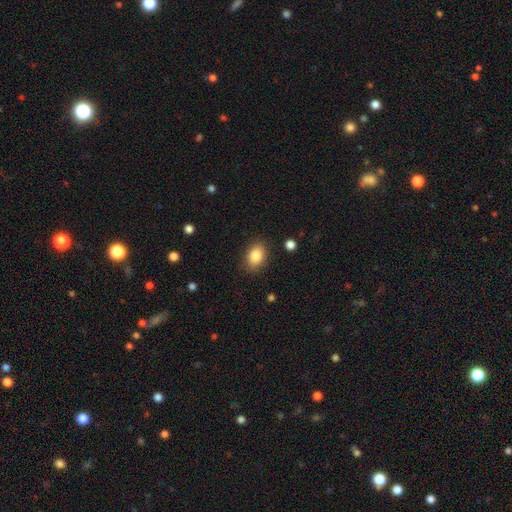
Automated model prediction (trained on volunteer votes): Q: Smooth or featured?
A: smooth (85%); runner-up: star or artifact (8%)
Q: How rounded?
A: in between (75%); runner-up: round (24%)
Q: Merging?
A: none (86%); runner-up: minor disturbance (10%)